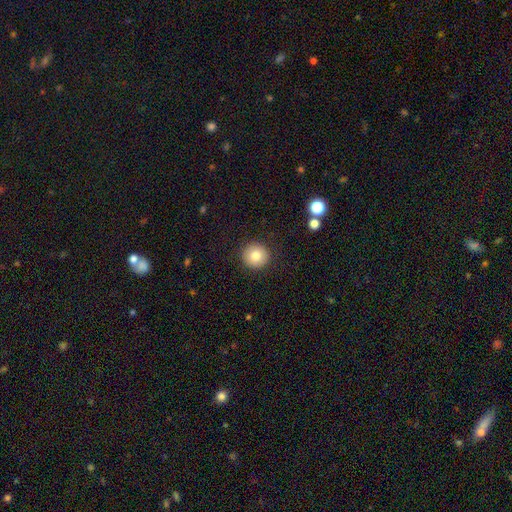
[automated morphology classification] smooth-or-featured: smooth: 80% | featured or disk: 11% | star or artifact: 10%
  how-rounded: round: 95% | in between: 4% | cigar-shaped: 1%
  merging: none: 92% | minor disturbance: 5% | major disturbance: 2% | merger: 1%